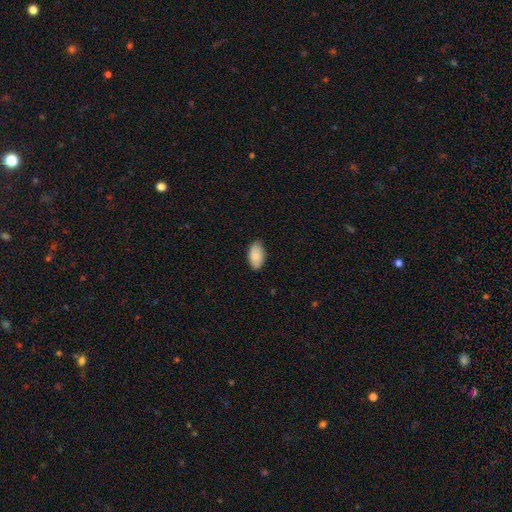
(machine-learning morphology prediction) type=smooth (85%); roundness=in between (95%); merging=none (82%).